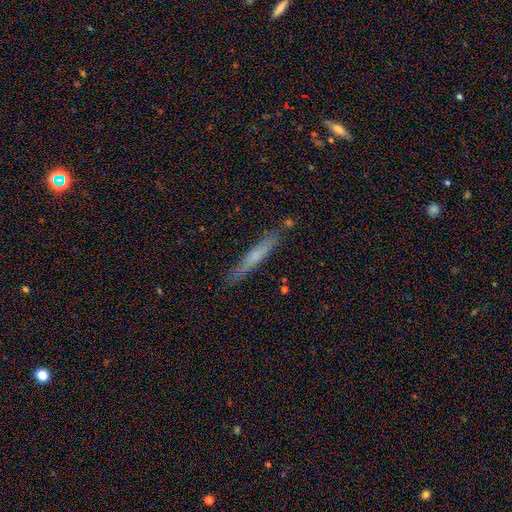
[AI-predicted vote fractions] Smooth or featured? smooth (57%)
How rounded? cigar-shaped (94%)
Merging? none (84%)